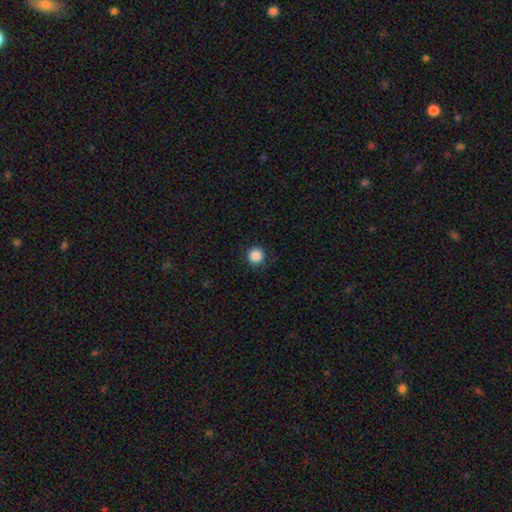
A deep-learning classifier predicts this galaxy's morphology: Q: Smooth or featured?
A: smooth (88%); runner-up: star or artifact (10%)
Q: How rounded?
A: round (96%); runner-up: in between (3%)
Q: Merging?
A: none (91%); runner-up: minor disturbance (6%)